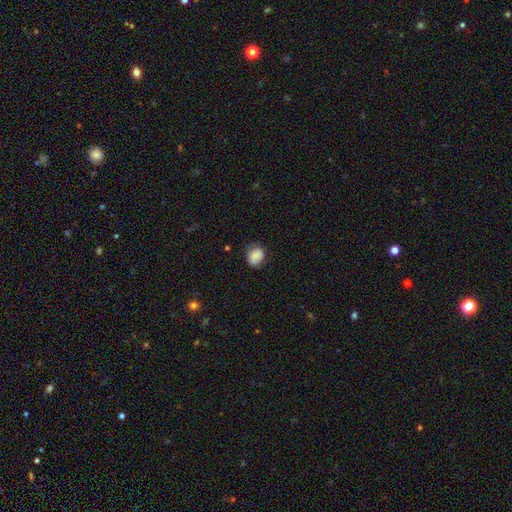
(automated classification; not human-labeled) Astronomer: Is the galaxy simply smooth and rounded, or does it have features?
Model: smooth — 81%.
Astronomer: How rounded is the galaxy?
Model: round — 56% (runner-up: in between, 43%).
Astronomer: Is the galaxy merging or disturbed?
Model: none — 67%.